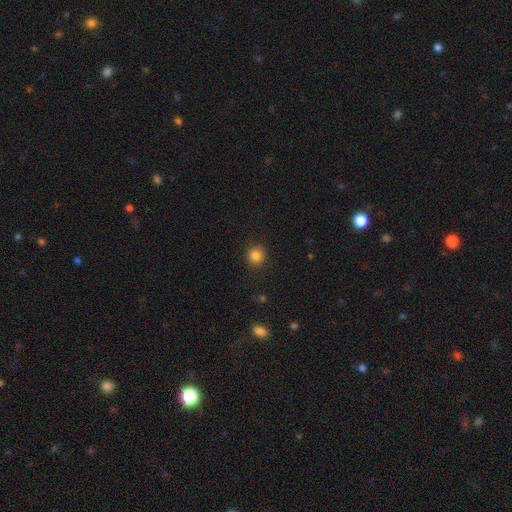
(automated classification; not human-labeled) A smooth galaxy with no disk features (84%) that is round (92%). Merging: none (89%).